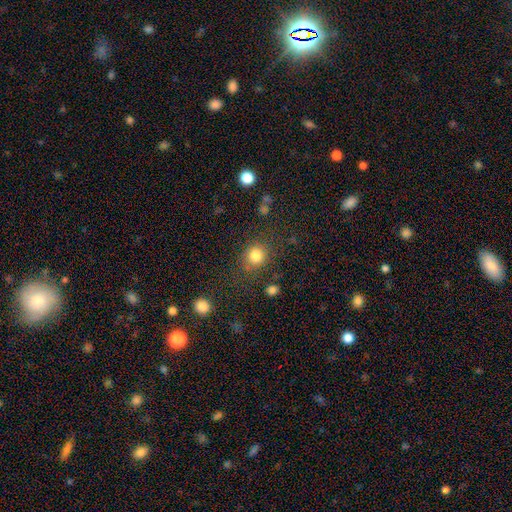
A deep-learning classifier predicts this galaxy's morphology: A smooth galaxy with no disk features (82%) that is round (76%). Merging: none (76%).